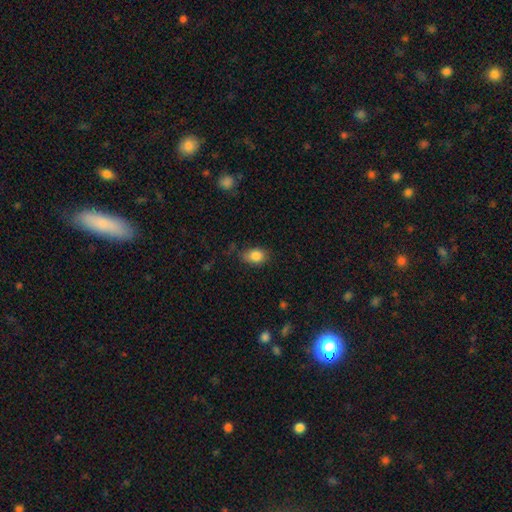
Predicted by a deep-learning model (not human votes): Smooth or featured? Predicted: smooth (p=0.85). How rounded? Predicted: in between (p=0.71). Merging? Predicted: none (p=0.67).